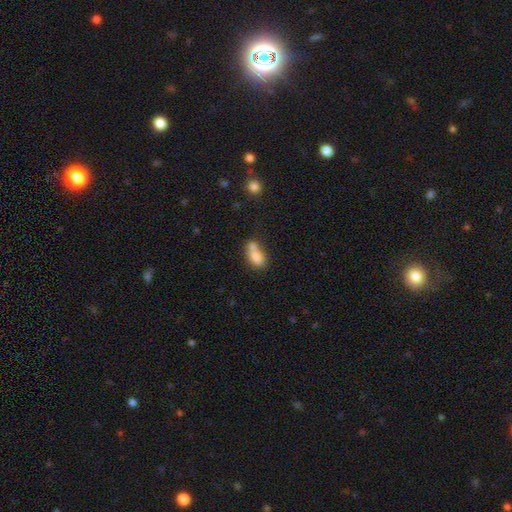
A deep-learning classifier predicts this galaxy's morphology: This appears to be a smooth galaxy with no disk features (76%) that is in between round and cigar-shaped (79%). Merging: merger (48%).